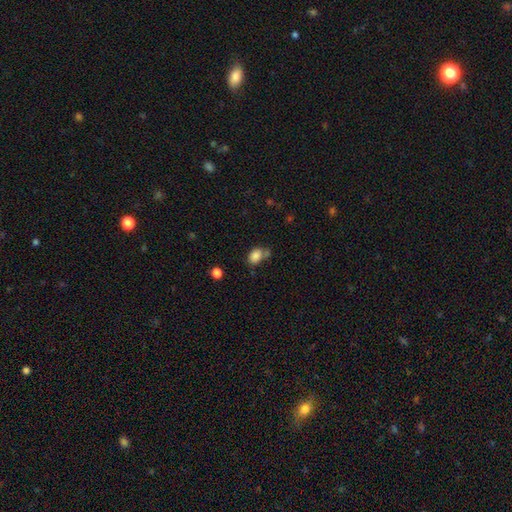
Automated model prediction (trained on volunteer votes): This is clearly a smooth galaxy (84%). How rounded: likely in between (72%). Merging: possibly none (53%).